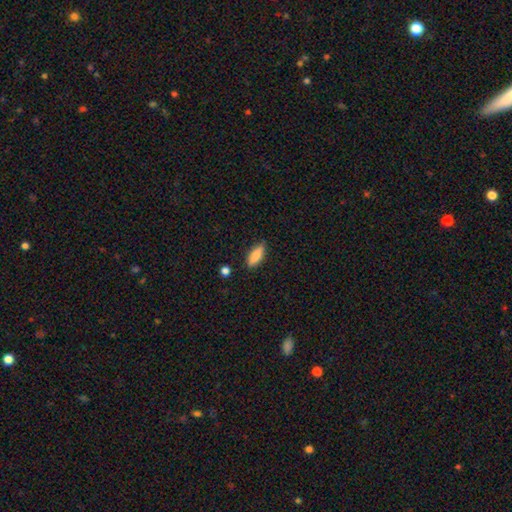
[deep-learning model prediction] smooth_or_featured: smooth (p=0.81) [alt: featured or disk p=0.12]
how_rounded: in between (p=0.63) [alt: cigar-shaped p=0.34]
merging: none (p=0.84) [alt: minor disturbance p=0.12]